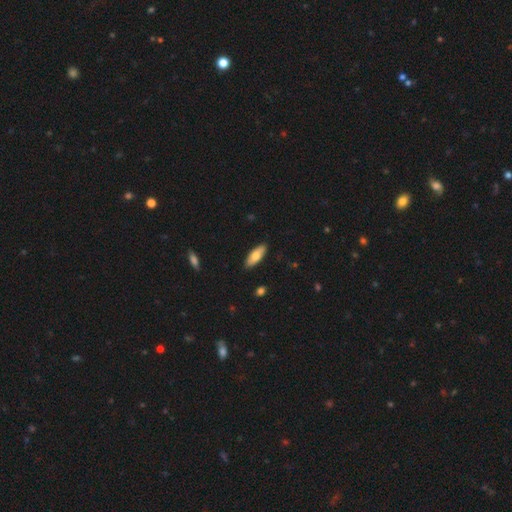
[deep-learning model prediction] Morphology: type=smooth (77%); roundness=in between (69%); merging=none (88%).